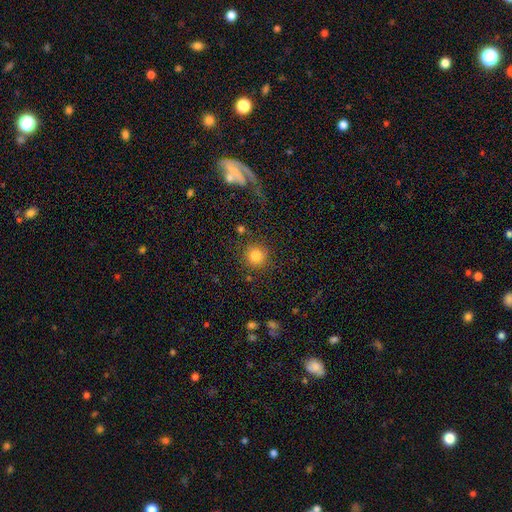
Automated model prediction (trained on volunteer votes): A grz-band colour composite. It shows a smooth galaxy with no disk features (80%) that is round (93%). Merging: none (81%).